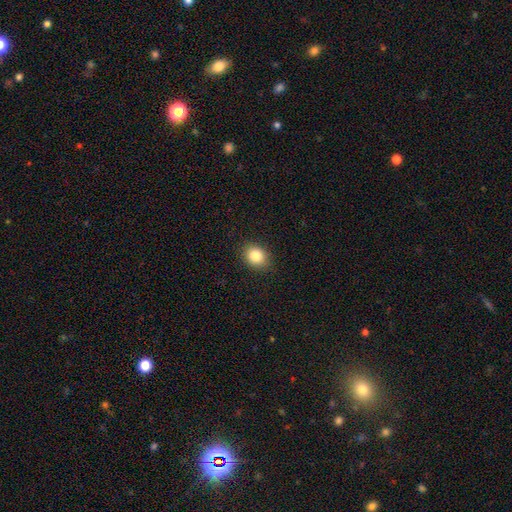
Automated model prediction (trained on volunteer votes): This appears to be a smooth galaxy with no disk features (84%) that is round (55%). Merging: none (88%).